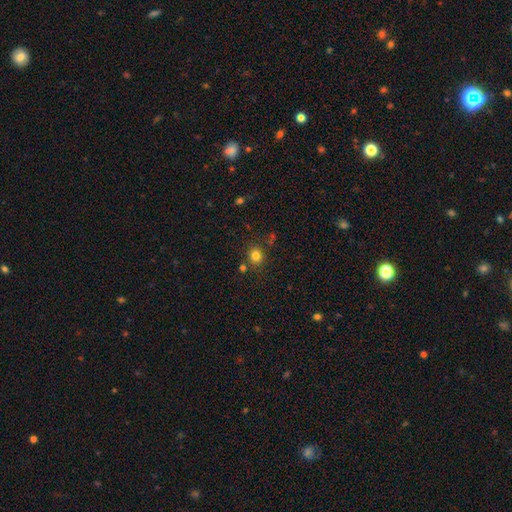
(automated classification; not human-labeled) This is clearly a smooth galaxy (81%). How rounded: clearly round (83%). Merging: clearly none (81%).